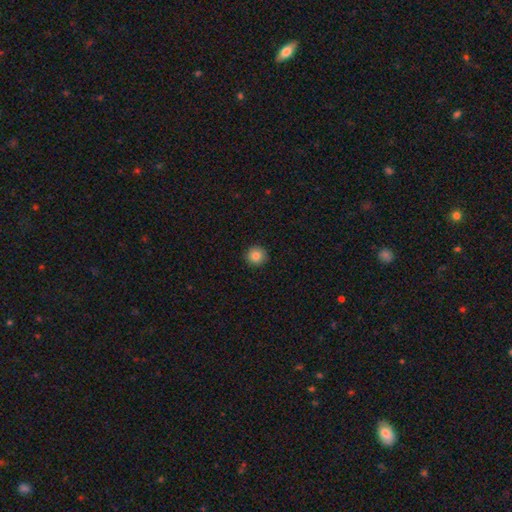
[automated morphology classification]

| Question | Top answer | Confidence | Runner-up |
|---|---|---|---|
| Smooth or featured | smooth | 85% | star or artifact (10%) |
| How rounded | round | 95% | in between (4%) |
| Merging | none | 92% | minor disturbance (5%) |